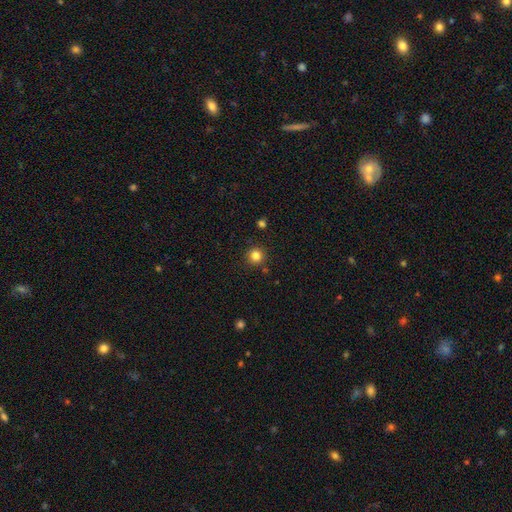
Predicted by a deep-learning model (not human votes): Q: Smooth or featured?
A: smooth (82%); runner-up: star or artifact (13%)
Q: How rounded?
A: round (94%); runner-up: in between (5%)
Q: Merging?
A: none (89%); runner-up: minor disturbance (6%)